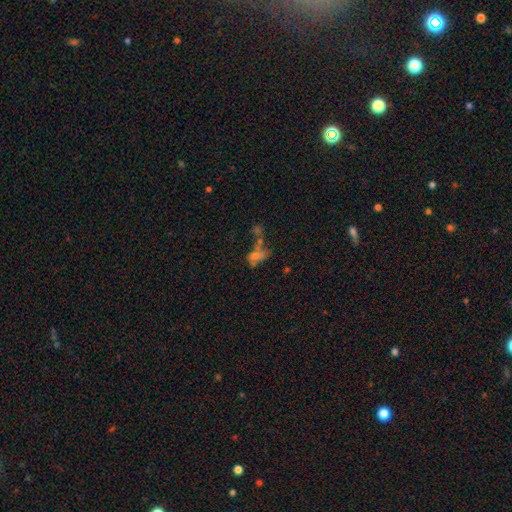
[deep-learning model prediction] smooth_or_featured: smooth (p=0.46) [alt: featured or disk p=0.32]
merging: merger (p=0.43) [alt: major disturbance p=0.24]